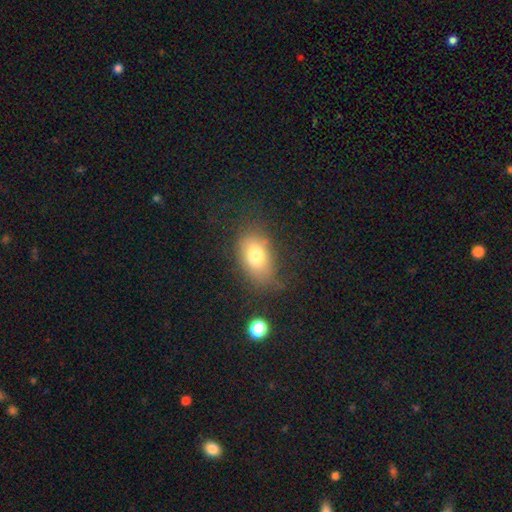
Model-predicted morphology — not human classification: smooth_or_featured: smooth (p=0.74) [alt: featured or disk p=0.15]
how_rounded: in between (p=0.82) [alt: round p=0.16]
merging: none (p=0.63) [alt: minor disturbance p=0.23]